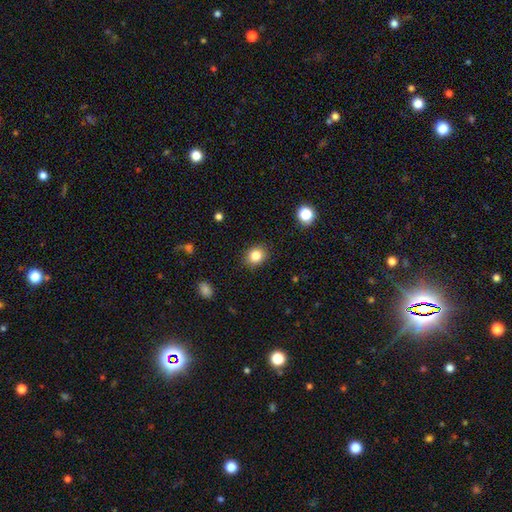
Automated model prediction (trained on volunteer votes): Smooth or featured? Predicted: smooth (p=0.83). How rounded? Predicted: round (p=0.61). Merging? Predicted: none (p=0.89).